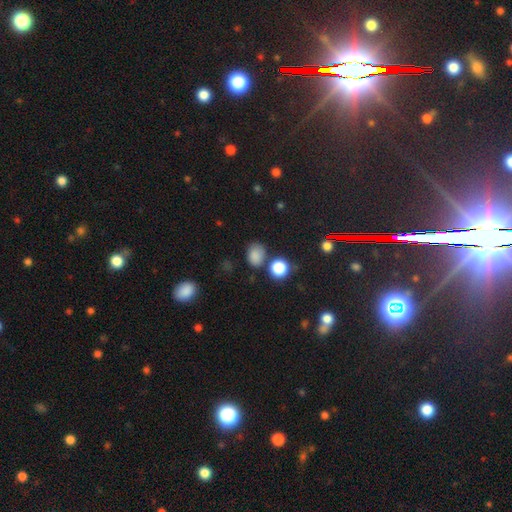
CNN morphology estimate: smooth_or_featured: smooth (p=0.82) [alt: star or artifact p=0.14]
how_rounded: in between (p=0.57) [alt: round p=0.42]
merging: none (p=0.69) [alt: minor disturbance p=0.16]